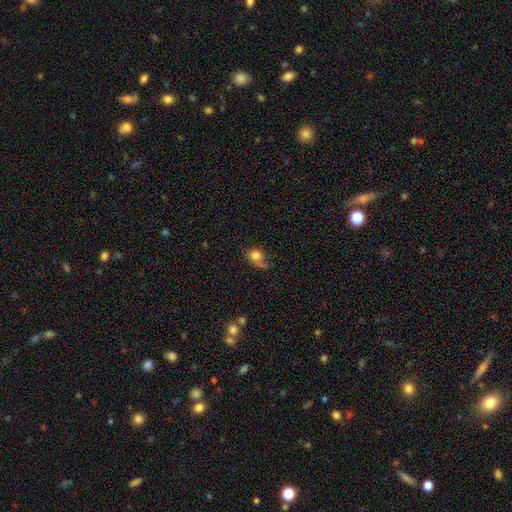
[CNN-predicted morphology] Overall: smooth (72%). How rounded: round (51%; in between 48%). Merging: none (35%; major disturbance 30%).